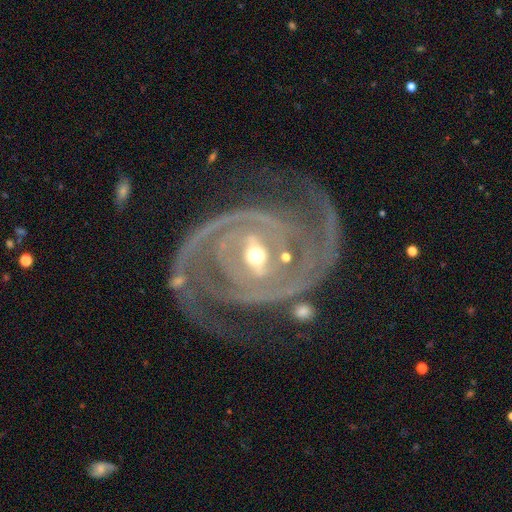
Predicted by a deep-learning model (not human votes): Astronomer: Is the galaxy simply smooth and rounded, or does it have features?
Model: featured or disk — 90%.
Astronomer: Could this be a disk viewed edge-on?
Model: no — 96%.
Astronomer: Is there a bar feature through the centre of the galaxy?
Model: strong — 49% (runner-up: weak, 33%).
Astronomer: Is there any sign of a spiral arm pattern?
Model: yes — 91%.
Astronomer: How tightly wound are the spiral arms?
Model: tight — 54% (runner-up: medium, 32%).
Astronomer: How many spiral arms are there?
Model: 2 — 59%.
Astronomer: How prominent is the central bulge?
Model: moderate — 54% (runner-up: small, 40%).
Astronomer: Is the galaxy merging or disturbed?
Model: none — 58%.